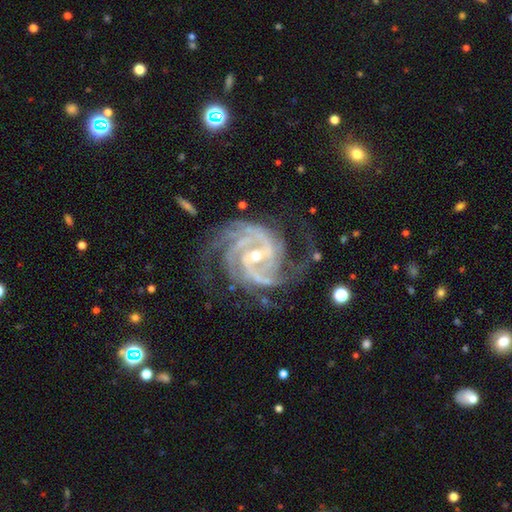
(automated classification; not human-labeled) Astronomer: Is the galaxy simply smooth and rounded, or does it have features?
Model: featured or disk — 94%.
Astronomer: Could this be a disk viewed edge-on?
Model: no — 98%.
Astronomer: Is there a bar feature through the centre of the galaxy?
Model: weak — 43% (runner-up: strong, 32%).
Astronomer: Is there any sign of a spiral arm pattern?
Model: yes — 99%.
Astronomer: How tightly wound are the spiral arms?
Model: tight — 56% (runner-up: medium, 38%).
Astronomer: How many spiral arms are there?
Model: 3 — 32% (runner-up: 2, 28%).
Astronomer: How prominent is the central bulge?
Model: small — 50% (runner-up: moderate, 46%).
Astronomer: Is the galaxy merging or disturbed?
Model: none — 66%.